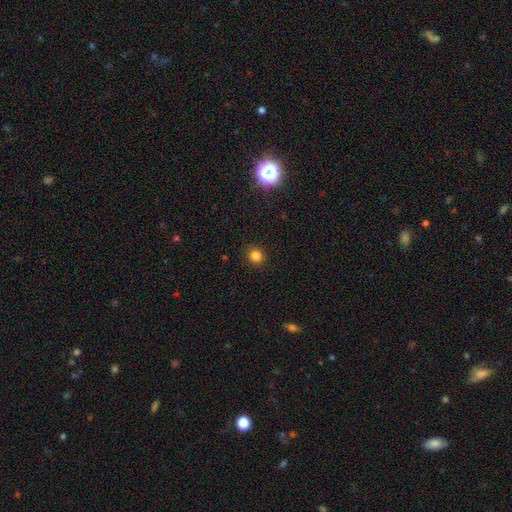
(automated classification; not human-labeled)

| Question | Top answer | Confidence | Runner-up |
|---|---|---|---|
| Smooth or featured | smooth | 82% | star or artifact (14%) |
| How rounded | round | 87% | in between (12%) |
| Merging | none | 90% | minor disturbance (7%) |